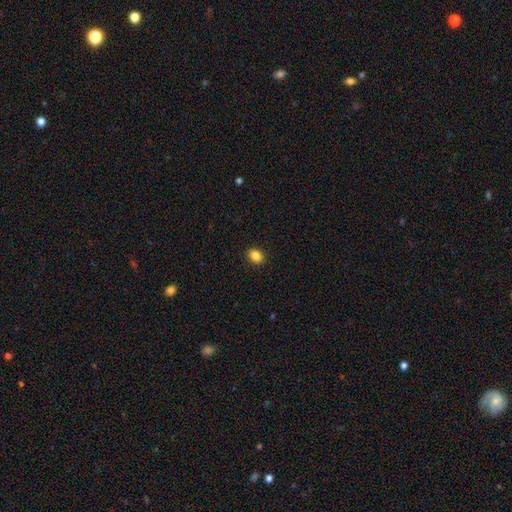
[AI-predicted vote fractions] smooth_or_featured: smooth (p=0.86) [alt: star or artifact p=0.10]
how_rounded: in between (p=0.56) [alt: round p=0.43]
merging: none (p=0.91) [alt: minor disturbance p=0.06]